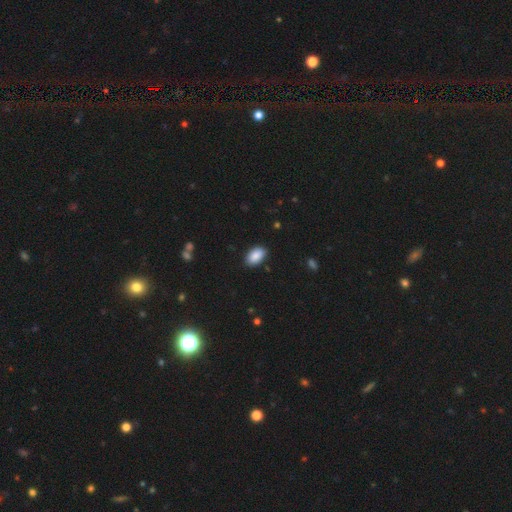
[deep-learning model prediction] smooth 89%, star or artifact 7%, featured or disk 4%. Down the decision tree: how rounded — in between (94%); merging — none (88%).